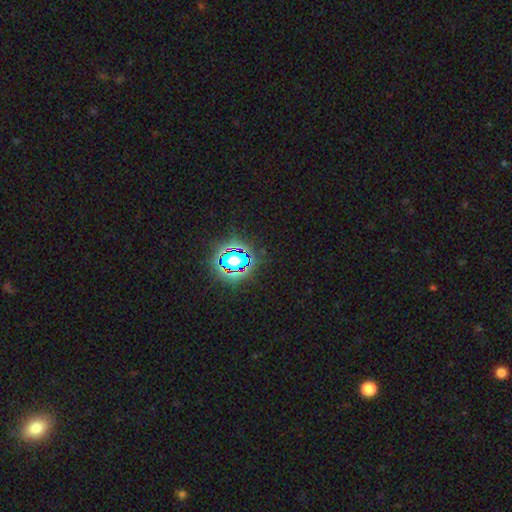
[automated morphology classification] A star or artifact, not a galaxy (80%).

Vote fractions:
- Smooth or featured? star or artifact: 80% / smooth: 13% / featured or disk: 7%